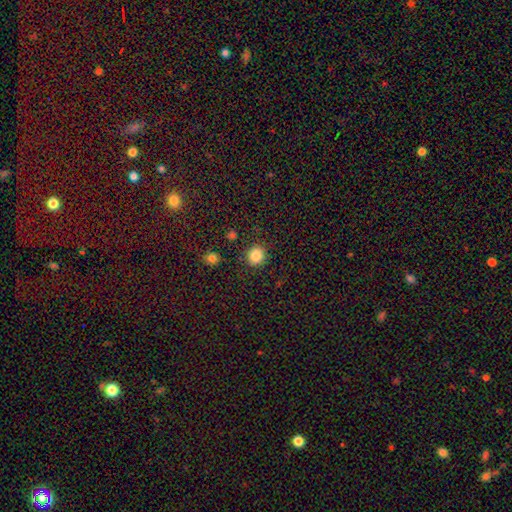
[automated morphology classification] smooth_or_featured: smooth (p=0.85) [alt: star or artifact p=0.11]
how_rounded: round (p=0.87) [alt: in between p=0.12]
merging: none (p=0.88) [alt: minor disturbance p=0.07]